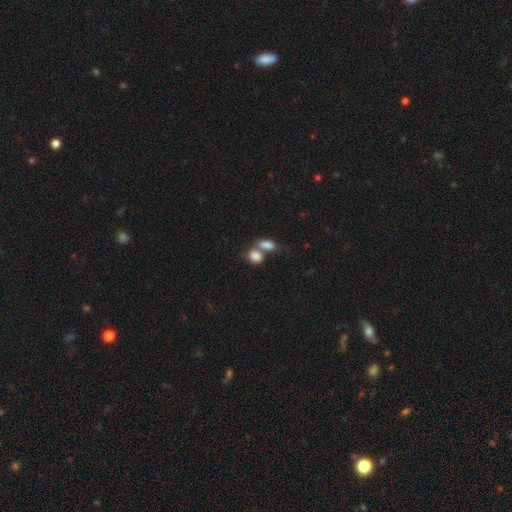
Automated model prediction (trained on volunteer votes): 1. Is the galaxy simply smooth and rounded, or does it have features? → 83% smooth, 9% featured or disk, 8% star or artifact.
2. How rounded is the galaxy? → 75% in between, 23% round, 2% cigar-shaped.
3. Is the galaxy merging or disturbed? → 61% merger, 26% none, 8% minor disturbance, 5% major disturbance.